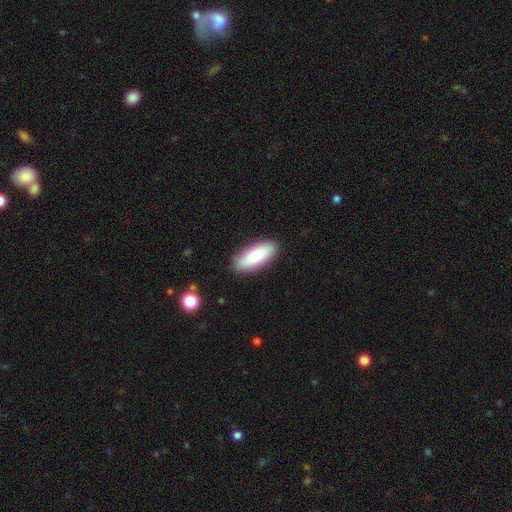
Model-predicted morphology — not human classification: This appears to be a smooth galaxy with no disk features (85%) that is in between round and cigar-shaped (70%). Merging: none (88%).